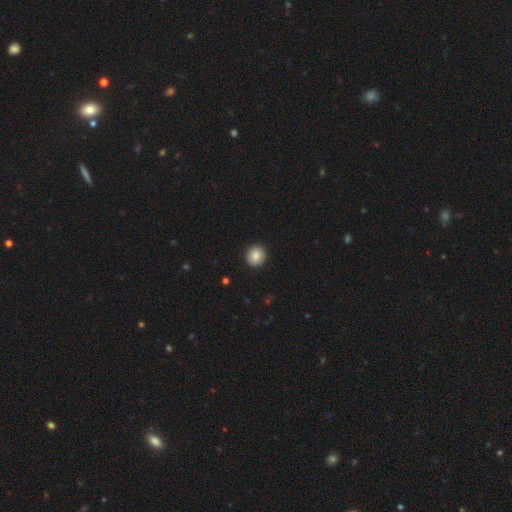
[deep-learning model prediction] smooth-or-featured: smooth: 85% | star or artifact: 9% | featured or disk: 6%
  how-rounded: round: 91% | in between: 8% | cigar-shaped: 1%
  merging: none: 92% | minor disturbance: 5% | major disturbance: 2% | merger: 1%